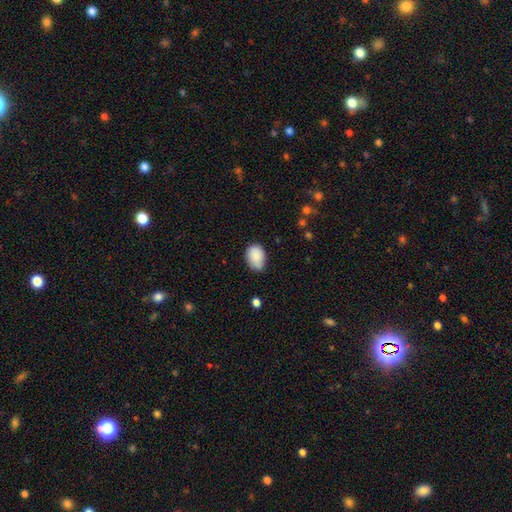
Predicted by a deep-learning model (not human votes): Smooth or featured?
  - smooth: 87% *
  - star or artifact: 7%
  - featured or disk: 6%
How rounded?
  - in between: 80% *
  - round: 19%
  - cigar-shaped: 1%
Merging?
  - none: 61% *
  - minor disturbance: 31%
  - major disturbance: 5%
  - merger: 3%